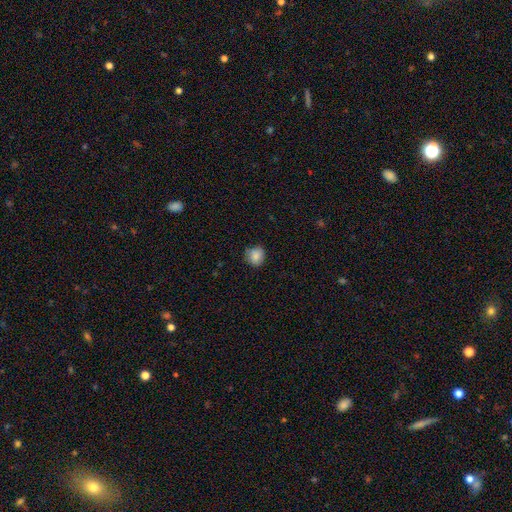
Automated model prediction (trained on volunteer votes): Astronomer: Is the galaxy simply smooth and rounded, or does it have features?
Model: smooth — 84%.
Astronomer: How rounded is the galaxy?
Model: round — 84%.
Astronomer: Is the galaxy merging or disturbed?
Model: none — 79%.